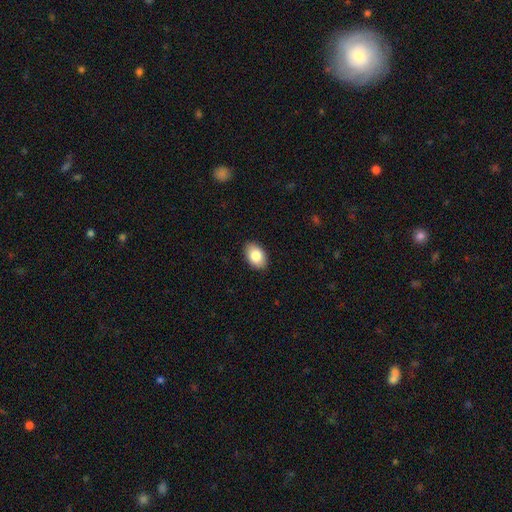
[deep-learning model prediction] Smooth or featured? smooth (86%)
How rounded? in between (89%)
Merging? none (88%)